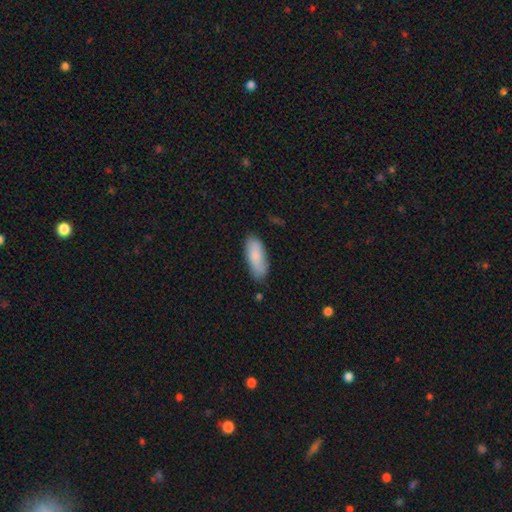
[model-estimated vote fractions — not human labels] Smooth or featured? smooth (83%)
How rounded? in between (74%)
Merging? none (75%)